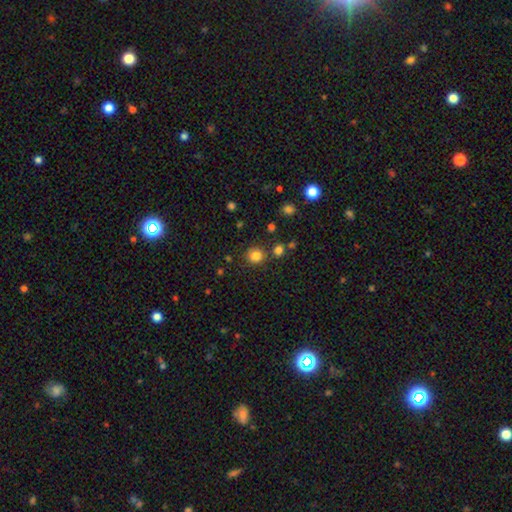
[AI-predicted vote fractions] This is clearly a smooth galaxy (82%). How rounded: clearly round (90%). Merging: clearly none (83%).